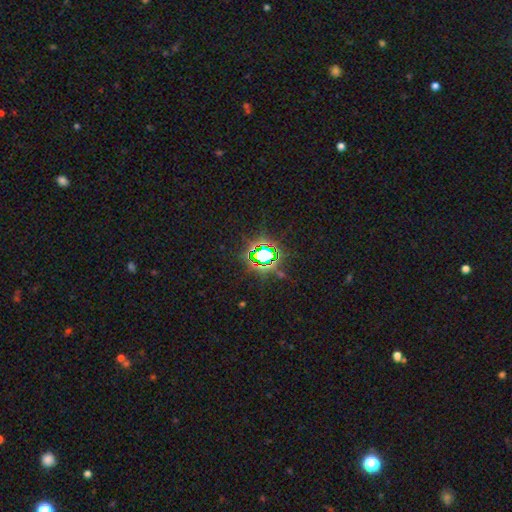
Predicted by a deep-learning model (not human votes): Q: Smooth or featured?
A: star or artifact (78%); runner-up: smooth (13%)